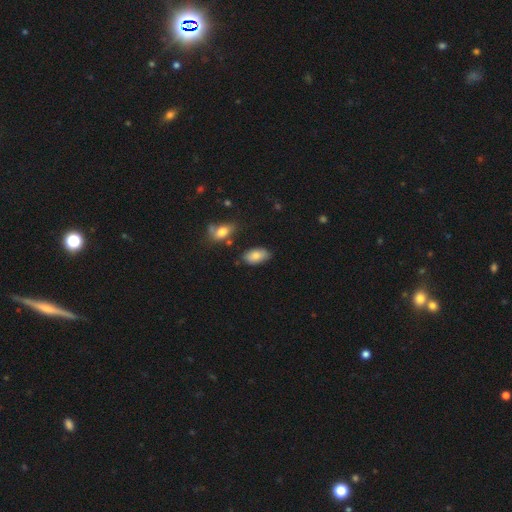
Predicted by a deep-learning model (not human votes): smooth_or_featured: smooth (p=0.82) [alt: featured or disk p=0.10]
how_rounded: in between (p=0.93) [alt: round p=0.04]
merging: none (p=0.77) [alt: minor disturbance p=0.15]